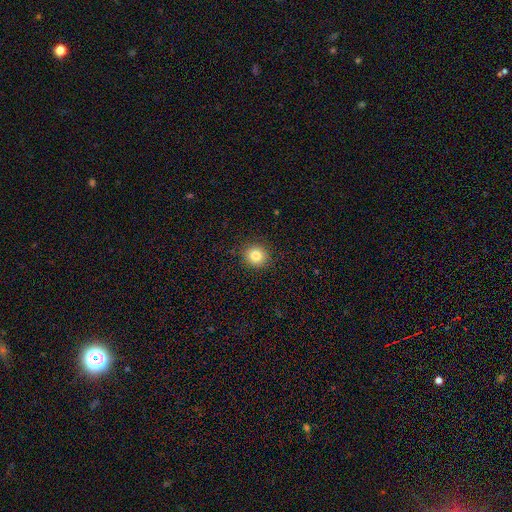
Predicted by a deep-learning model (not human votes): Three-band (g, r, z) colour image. It shows a smooth galaxy with no disk features (83%) that is round (86%). Merging: none (90%).